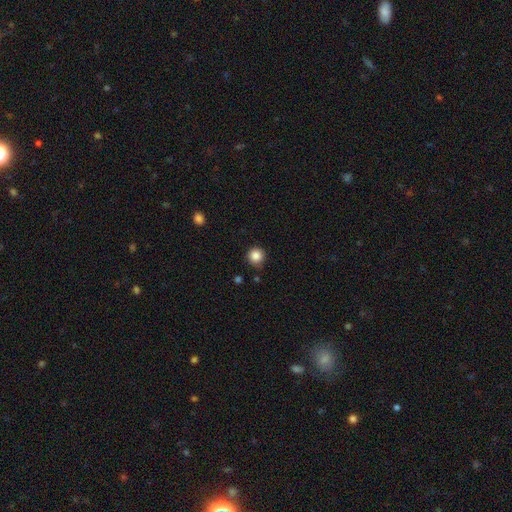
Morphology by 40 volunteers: smooth 95%, featured or disk 2%, star or artifact 2%. Down the decision tree: how rounded — round (97%); merging — none (85%).